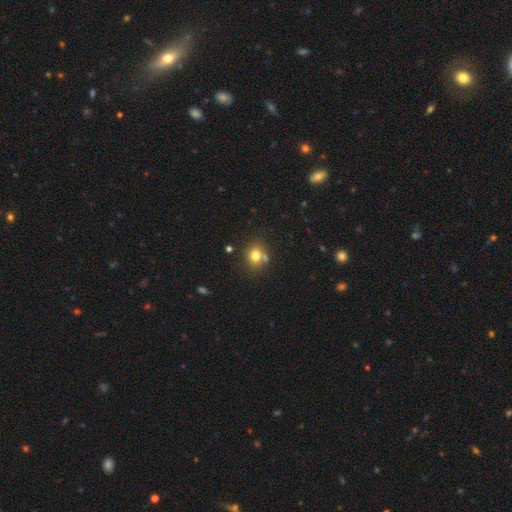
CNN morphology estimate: type=smooth (77%); roundness=round (66%); merging=none (68%).